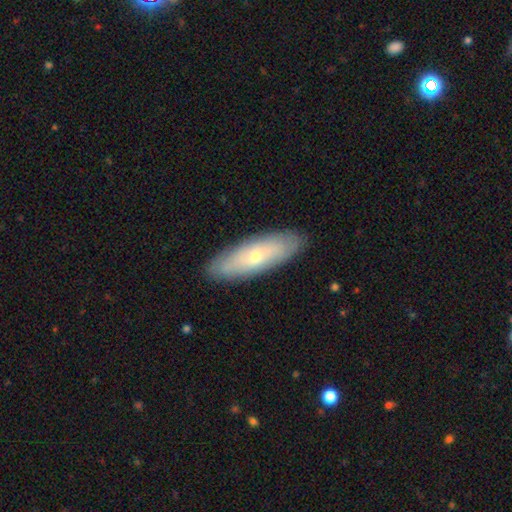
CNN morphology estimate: The model was most divided on "smooth or featured": smooth: 53%, featured or disk: 41%, star or artifact: 6%. More confident: merging — none (87%); how rounded — in between (56%).